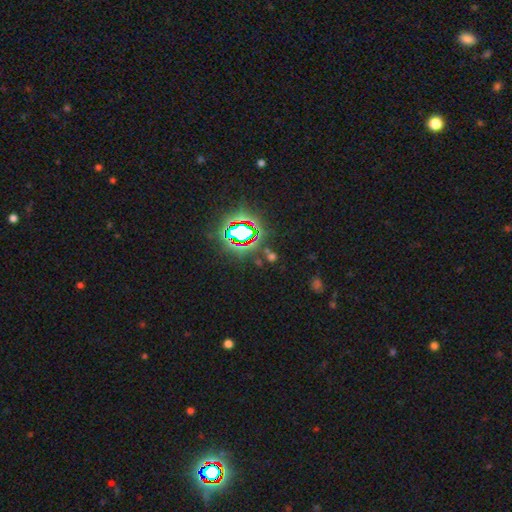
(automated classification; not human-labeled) star or artifact 80%, smooth 12%, featured or disk 8%.